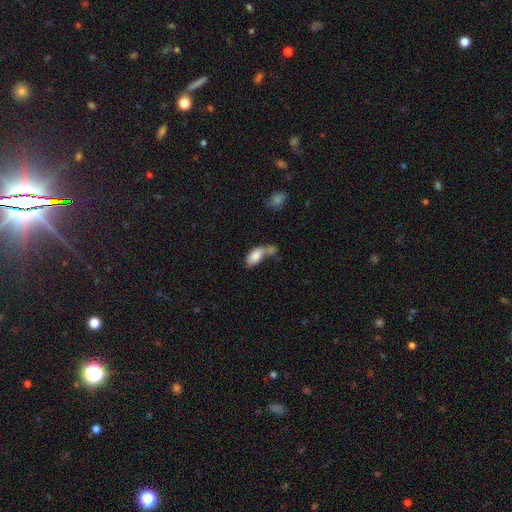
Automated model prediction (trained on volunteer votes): A smooth galaxy with no disk features (83%) that is in between round and cigar-shaped (92%).

Vote fractions:
- Smooth or featured? smooth: 83% / featured or disk: 10% / star or artifact: 7%
- How rounded? in between: 92% / cigar-shaped: 4% / round: 4%
- Merging? merger: 50% / none: 28% / minor disturbance: 13% / major disturbance: 10%